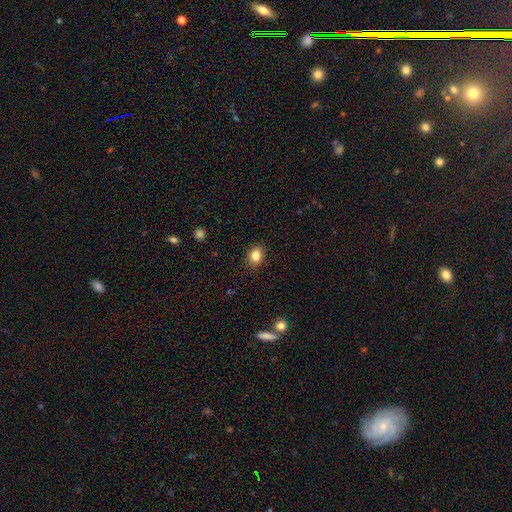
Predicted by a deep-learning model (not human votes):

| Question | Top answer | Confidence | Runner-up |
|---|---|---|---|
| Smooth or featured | smooth | 84% | star or artifact (11%) |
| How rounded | in between | 53% | round (46%) |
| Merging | none | 89% | minor disturbance (8%) |